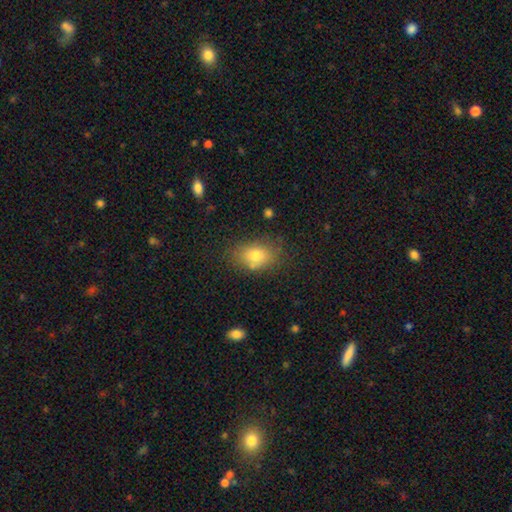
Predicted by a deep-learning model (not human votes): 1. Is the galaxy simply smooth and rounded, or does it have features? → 78% smooth, 12% featured or disk, 10% star or artifact.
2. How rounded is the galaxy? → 78% in between, 21% round, 1% cigar-shaped.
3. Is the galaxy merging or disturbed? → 74% none, 17% minor disturbance, 5% merger, 5% major disturbance.